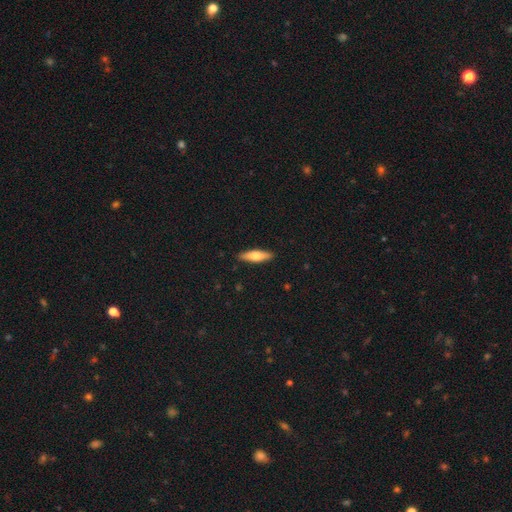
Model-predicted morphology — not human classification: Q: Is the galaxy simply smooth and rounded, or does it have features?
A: smooth — 61%.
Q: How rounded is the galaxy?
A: cigar-shaped — 63%.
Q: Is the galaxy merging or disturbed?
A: none — 90%.